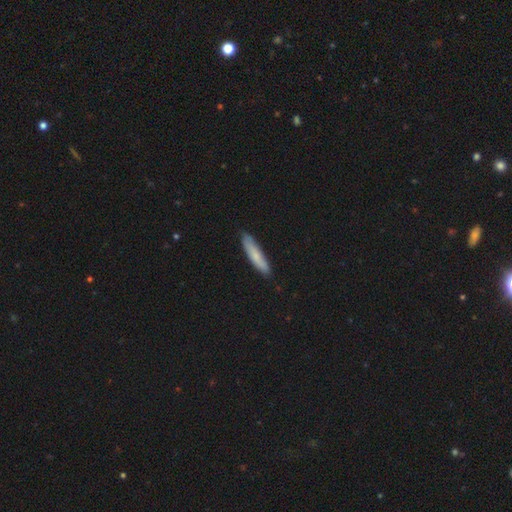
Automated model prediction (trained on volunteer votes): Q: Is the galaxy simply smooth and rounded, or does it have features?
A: smooth — 76%.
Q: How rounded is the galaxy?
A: cigar-shaped — 84%.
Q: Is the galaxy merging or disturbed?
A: none — 85%.